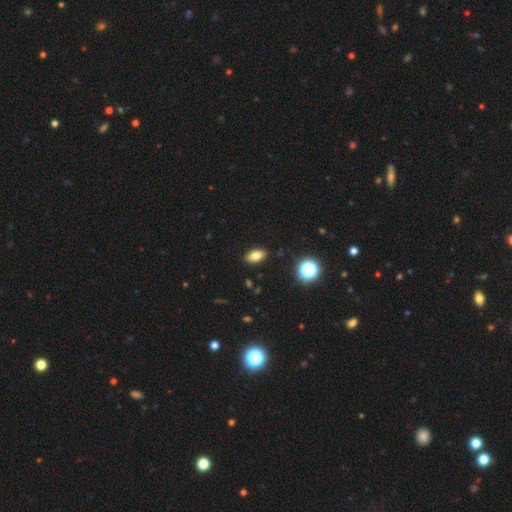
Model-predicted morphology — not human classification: The model was most divided on "smooth or featured": smooth: 78%, star or artifact: 12%, featured or disk: 10%. More confident: merging — none (89%); how rounded — in between (87%).